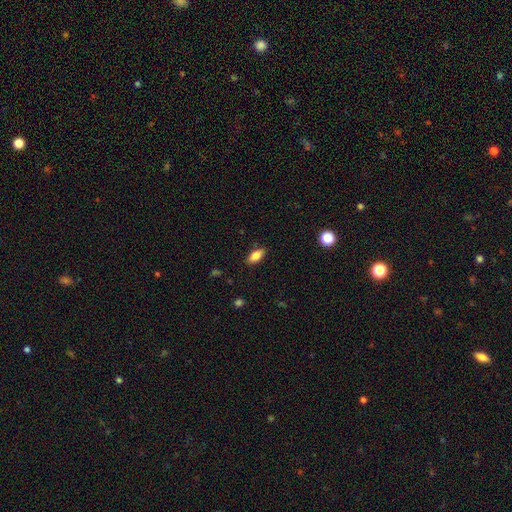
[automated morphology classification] Smooth or featured? smooth (79%)
How rounded? in between (85%)
Merging? none (86%)